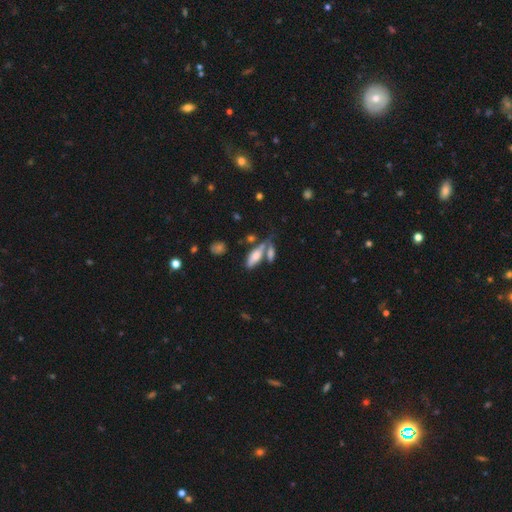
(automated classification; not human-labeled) Smooth or featured? Predicted: smooth (p=0.63). How rounded? Predicted: in between (p=0.56). Merging? Predicted: none (p=0.48).